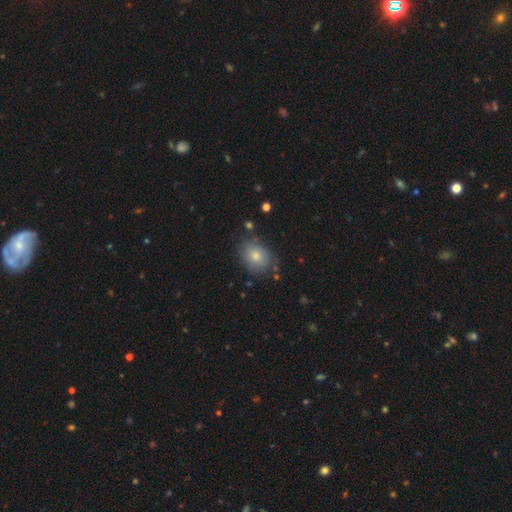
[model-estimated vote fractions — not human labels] Smooth or featured: smooth — 77% (featured or disk — 15%)
How rounded: in between — 51% (round — 48%)
Merging: none — 73% (minor disturbance — 19%)